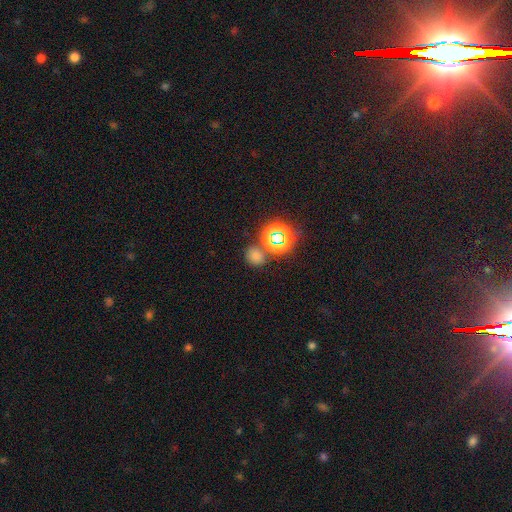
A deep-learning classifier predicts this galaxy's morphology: Overall: smooth (65%; star or artifact 30%). How rounded: round (69%; in between 30%). Merging: none (73%).